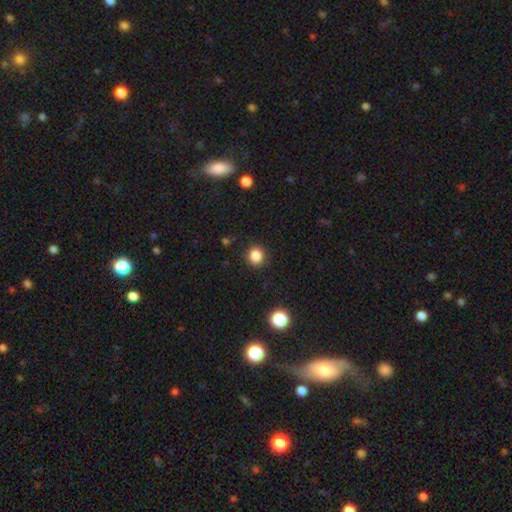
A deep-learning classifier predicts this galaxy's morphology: This appears to be a smooth galaxy with no disk features (85%) that is round (86%). Merging: none (90%).